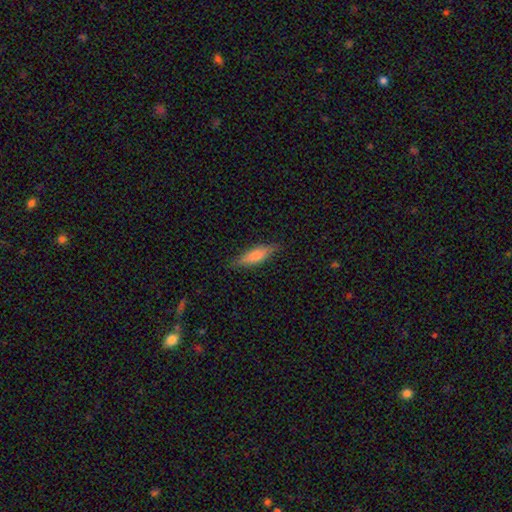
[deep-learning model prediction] smooth 68%, featured or disk 25%, star or artifact 6%. Down the decision tree: how rounded — cigar-shaped (55%); merging — none (82%).